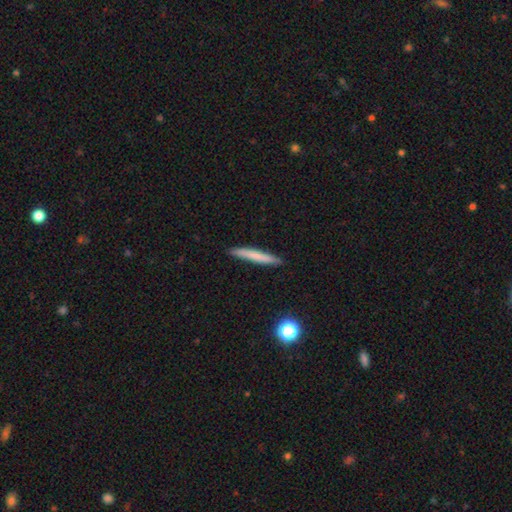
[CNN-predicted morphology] A smooth galaxy with no disk features (69%) that is cigar-shaped (96%).

Vote fractions:
- Smooth or featured? smooth: 69% / featured or disk: 24% / star or artifact: 7%
- How rounded? cigar-shaped: 96% / in between: 3% / round: 1%
- Merging? none: 90% / minor disturbance: 7% / major disturbance: 2% / merger: 1%